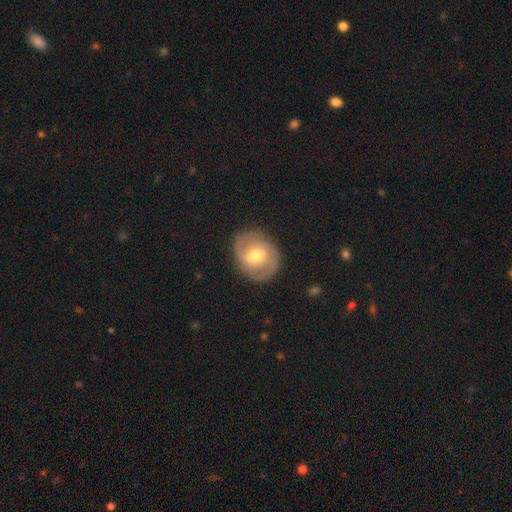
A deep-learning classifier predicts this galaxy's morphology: Smooth or featured: featured or disk — 70% (smooth — 25%)
Edge-on disk: no — 96% (yes — 4%)
Bar: weak — 52% (no — 28%)
Spiral arms: yes — 82% (no — 18%)
Spiral winding: medium — 43% (tight — 38%)
Spiral arm count: 2 — 73% (can't tell — 13%)
Bulge size: moderate — 74% (small — 15%)
Merging: none — 80% (minor disturbance — 14%)